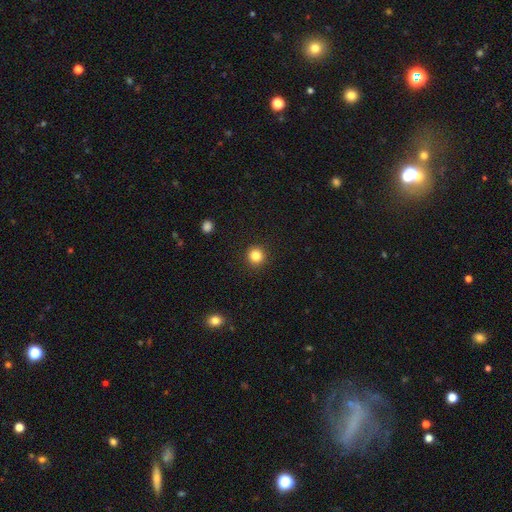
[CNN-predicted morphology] smooth_or_featured: smooth (p=0.84) [alt: star or artifact p=0.11]
how_rounded: round (p=0.94) [alt: in between p=0.05]
merging: none (p=0.92) [alt: minor disturbance p=0.05]